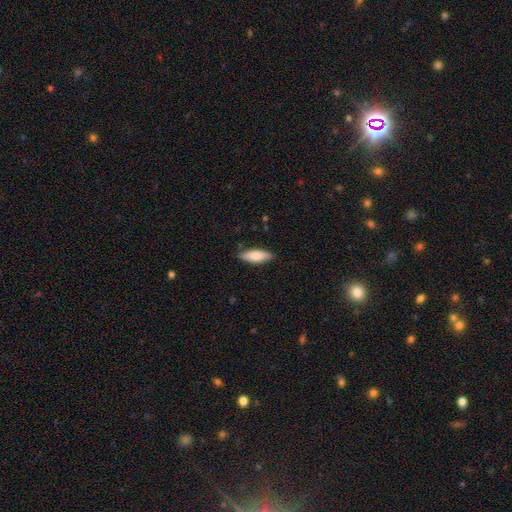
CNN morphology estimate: Q: Smooth or featured?
A: smooth (77%); runner-up: featured or disk (17%)
Q: How rounded?
A: in between (65%); runner-up: cigar-shaped (33%)
Q: Merging?
A: none (86%); runner-up: minor disturbance (11%)